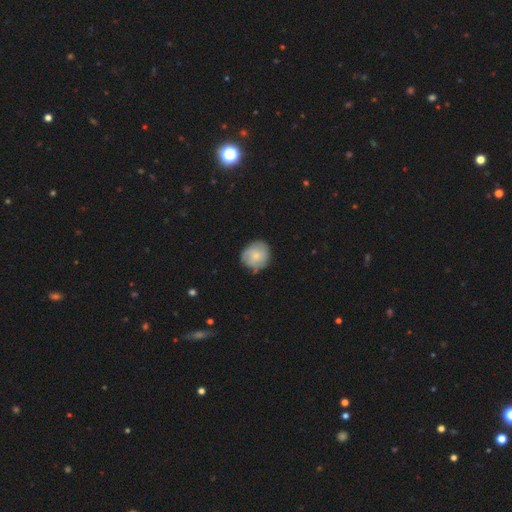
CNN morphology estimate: Smooth or featured? Predicted: smooth (p=0.71). How rounded? Predicted: round (p=0.84). Merging? Predicted: none (p=0.74).